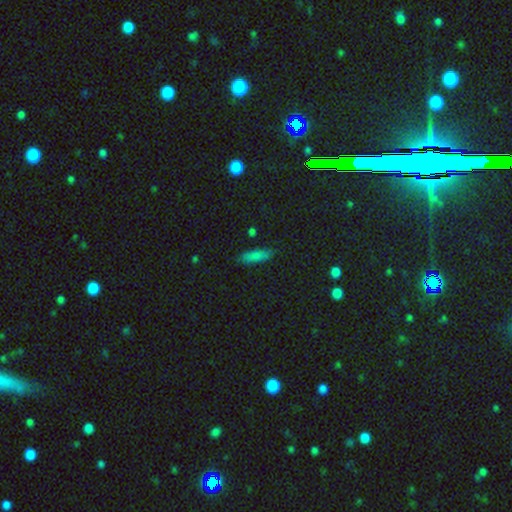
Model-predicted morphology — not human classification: smooth-or-featured: smooth: 78% | star or artifact: 13% | featured or disk: 9%
  how-rounded: in between: 54% | cigar-shaped: 43% | round: 3%
  merging: none: 82% | minor disturbance: 13% | major disturbance: 3% | merger: 2%